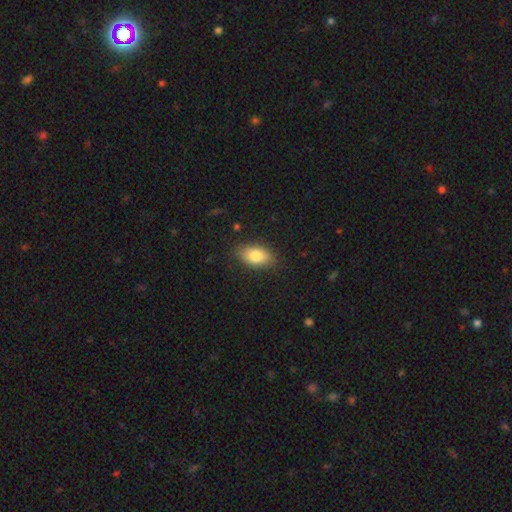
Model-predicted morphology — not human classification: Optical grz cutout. It shows a smooth galaxy with no disk features (81%) that is in between round and cigar-shaped (90%). Merging: none (85%).